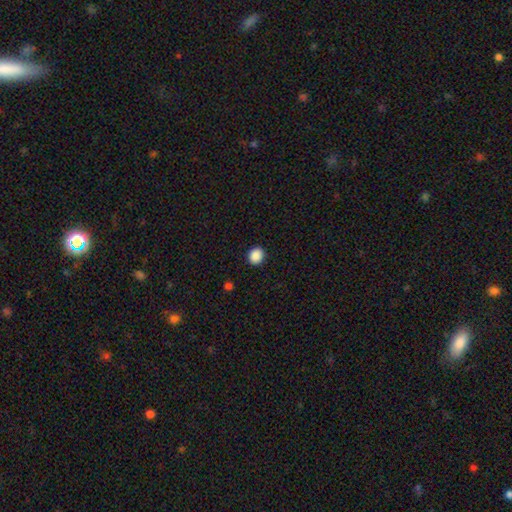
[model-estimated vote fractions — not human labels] smooth_or_featured: smooth (p=0.89) [alt: star or artifact p=0.09]
how_rounded: round (p=0.78) [alt: in between p=0.21]
merging: none (p=0.91) [alt: minor disturbance p=0.06]